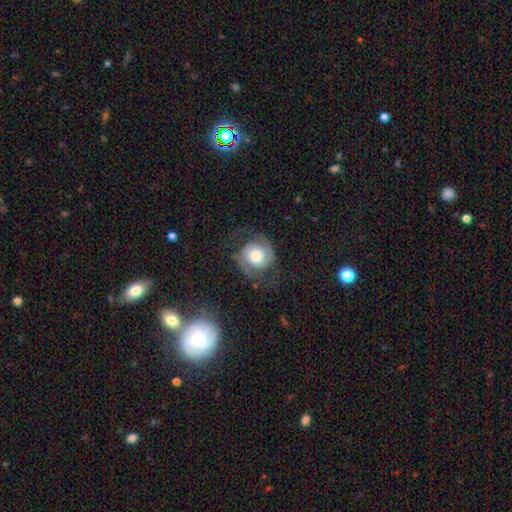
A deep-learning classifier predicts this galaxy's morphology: smooth_or_featured: featured or disk (p=0.79) [alt: smooth p=0.15]
disk_edge_on: no (p=0.98) [alt: yes p=0.02]
bar: no (p=0.72) [alt: weak p=0.23]
has_spiral_arms: yes (p=0.94) [alt: no p=0.06]
spiral_winding: medium (p=0.48) [alt: tight p=0.29]
spiral_arm_count: 2 (p=0.92) [alt: can't tell p=0.03]
bulge_size: large (p=0.46) [alt: moderate p=0.34]
merging: none (p=0.68) [alt: minor disturbance p=0.17]